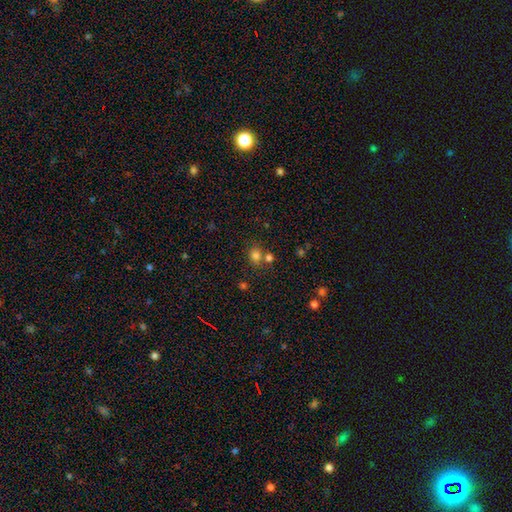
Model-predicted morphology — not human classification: A smooth galaxy with no disk features (79%) that is round (67%).

Vote fractions:
- Smooth or featured? smooth: 79% / star or artifact: 15% / featured or disk: 6%
- How rounded? round: 67% / in between: 32% / cigar-shaped: 1%
- Merging? none: 63% / merger: 24% / minor disturbance: 10% / major disturbance: 3%